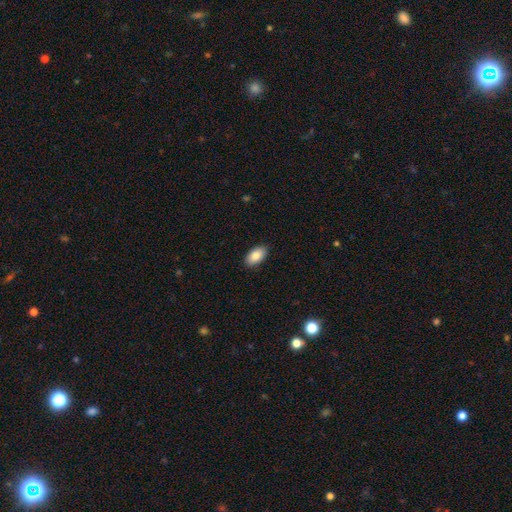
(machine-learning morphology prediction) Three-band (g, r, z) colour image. It shows a smooth galaxy with no disk features (86%) that is in between round and cigar-shaped (94%). Merging: none (89%).